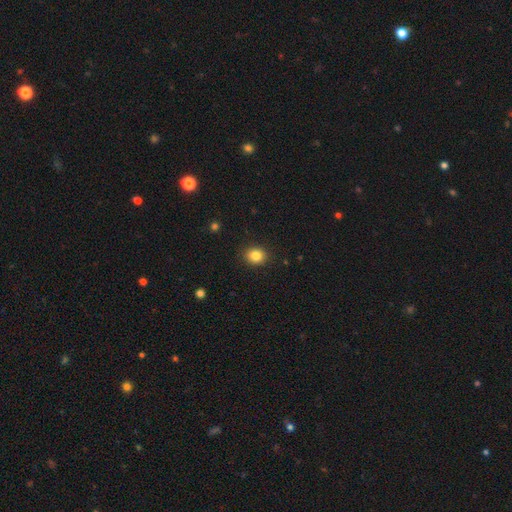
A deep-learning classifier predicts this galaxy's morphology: Overall: smooth (84%). How rounded: round (73%). Merging: none (90%).